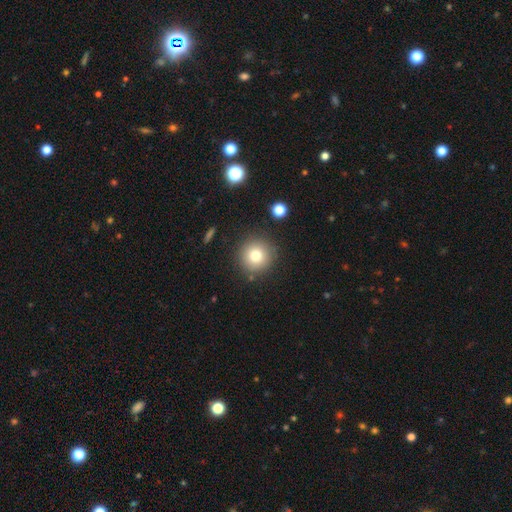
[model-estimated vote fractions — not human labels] This is likely a smooth galaxy (77%). How rounded: clearly round (95%). Merging: clearly none (87%).